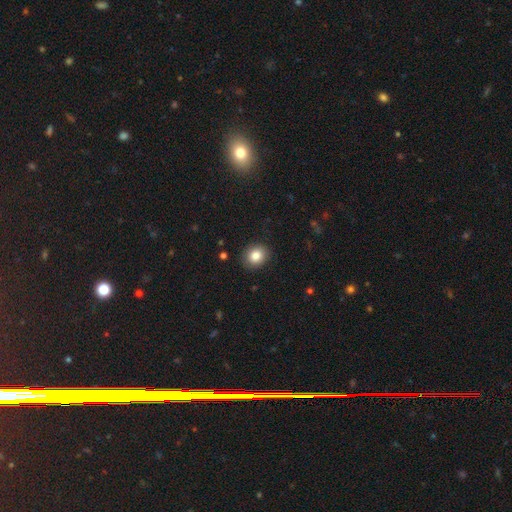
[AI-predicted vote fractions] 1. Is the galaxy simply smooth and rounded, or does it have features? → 84% smooth, 10% star or artifact, 7% featured or disk.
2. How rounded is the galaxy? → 67% round, 32% in between, 1% cigar-shaped.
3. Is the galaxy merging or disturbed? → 90% none, 7% minor disturbance, 2% major disturbance, 1% merger.